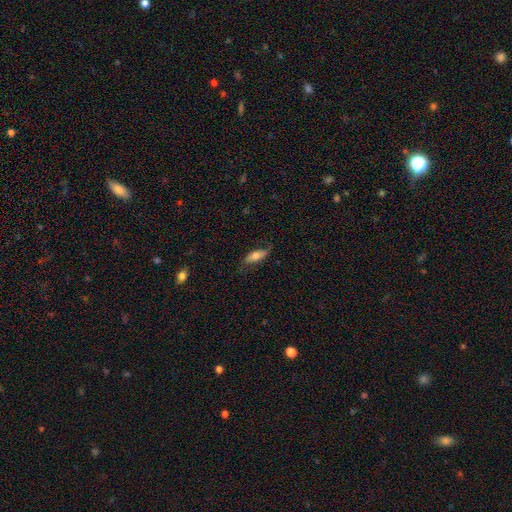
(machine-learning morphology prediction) smooth_or_featured: smooth (p=0.63) [alt: featured or disk p=0.30]
how_rounded: in between (p=0.66) [alt: cigar-shaped p=0.31]
merging: none (p=0.72) [alt: minor disturbance p=0.21]